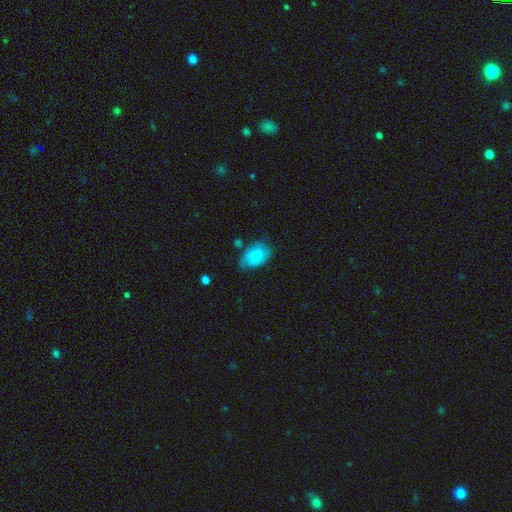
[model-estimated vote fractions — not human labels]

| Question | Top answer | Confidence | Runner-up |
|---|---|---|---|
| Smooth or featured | smooth | 73% | featured or disk (20%) |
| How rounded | in between | 86% | round (13%) |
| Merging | none | 58% | minor disturbance (30%) |